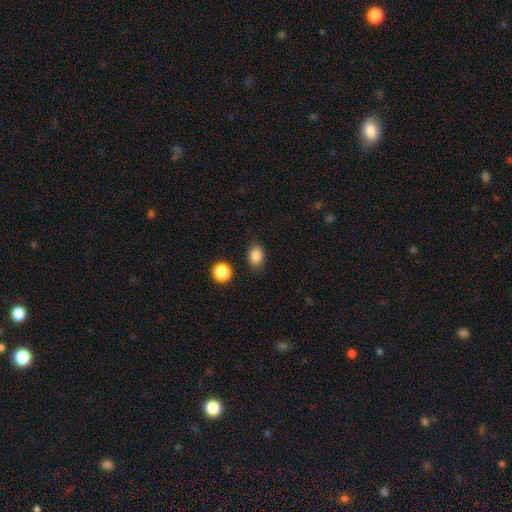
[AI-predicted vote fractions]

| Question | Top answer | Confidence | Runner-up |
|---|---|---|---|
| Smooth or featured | smooth | 86% | star or artifact (11%) |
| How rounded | in between | 52% | round (47%) |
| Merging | none | 83% | minor disturbance (12%) |